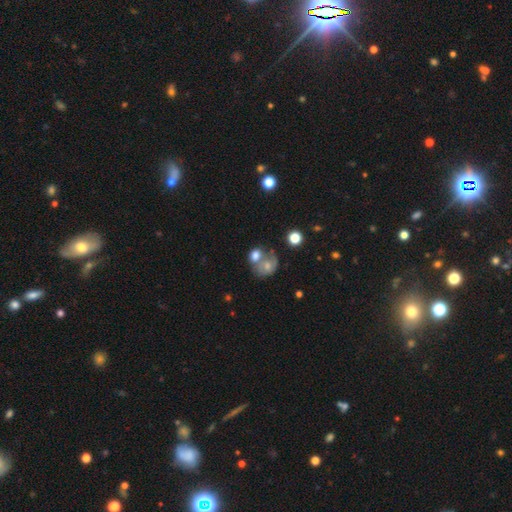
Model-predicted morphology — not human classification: Smooth or featured? Predicted: smooth (p=0.66). How rounded? Predicted: round (p=0.55). Merging? Predicted: merger (p=0.56).